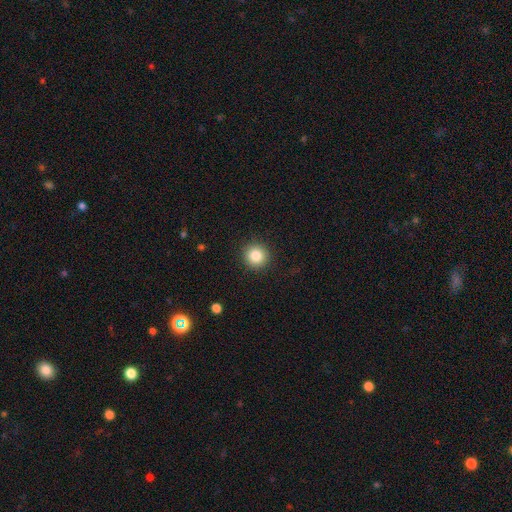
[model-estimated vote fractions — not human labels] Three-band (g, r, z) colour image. It shows a smooth galaxy with no disk features (85%) that is round (94%). Merging: none (91%).